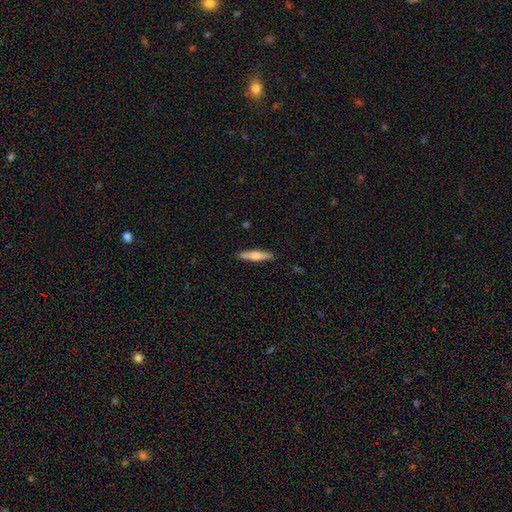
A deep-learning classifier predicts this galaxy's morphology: This appears to be a smooth galaxy with no disk features (58%) that is cigar-shaped (85%). Merging: none (90%).